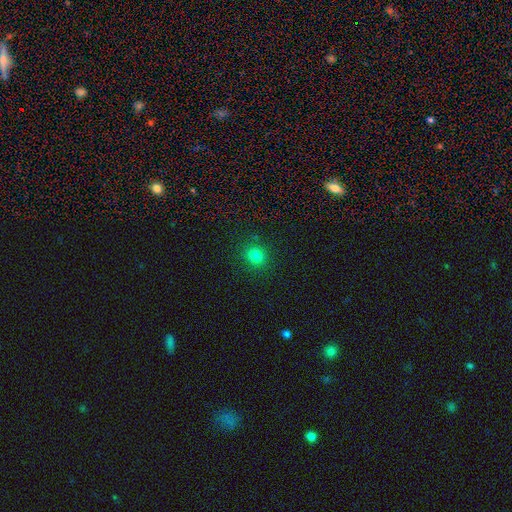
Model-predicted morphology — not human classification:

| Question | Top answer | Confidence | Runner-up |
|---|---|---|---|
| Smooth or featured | smooth | 81% | star or artifact (15%) |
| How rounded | round | 84% | in between (15%) |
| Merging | none | 89% | minor disturbance (7%) |